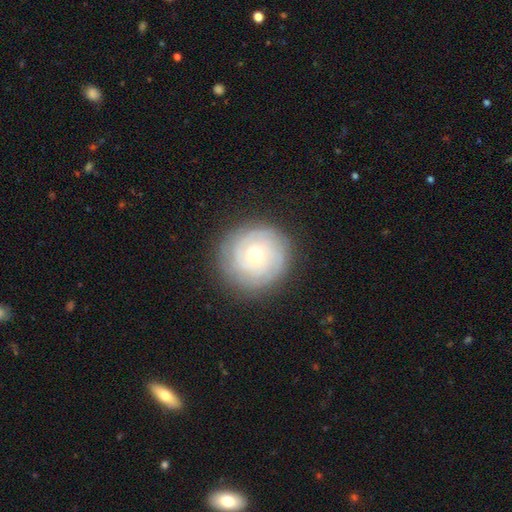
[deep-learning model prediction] The model was most divided on "bulge size": small: 55%, moderate: 41%, large: 2%, dominant: 1%, none: 1%. Remaining: edge-on disk — no (98%); spiral arms — yes (88%); merging — none (85%); bar — no (82%); spiral winding — tight (82%); smooth or featured — featured or disk (69%); spiral arm count — can't tell (45%).